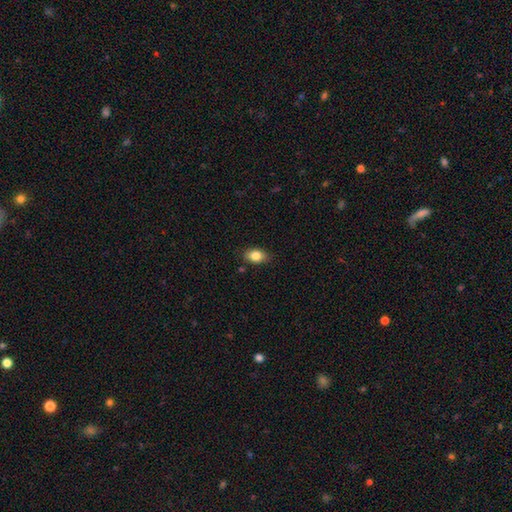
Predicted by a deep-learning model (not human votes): Overall: smooth (82%). How rounded: in between (83%). Merging: none (84%).